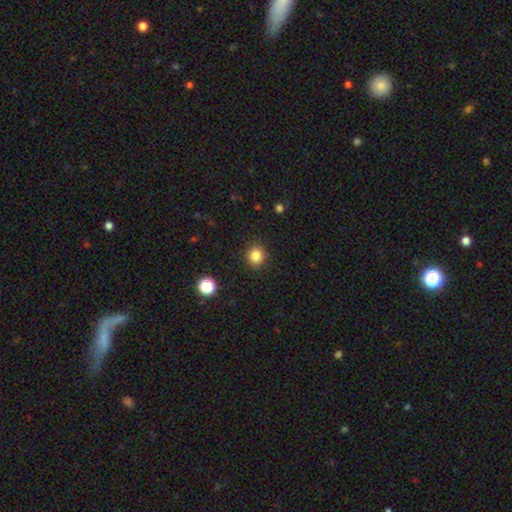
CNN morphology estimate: A smooth galaxy with no disk features (84%) that is round (87%).

Vote fractions:
- Smooth or featured? smooth: 84% / star or artifact: 12% / featured or disk: 5%
- How rounded? round: 87% / in between: 13% / cigar-shaped: 1%
- Merging? none: 90% / minor disturbance: 6% / major disturbance: 2% / merger: 1%